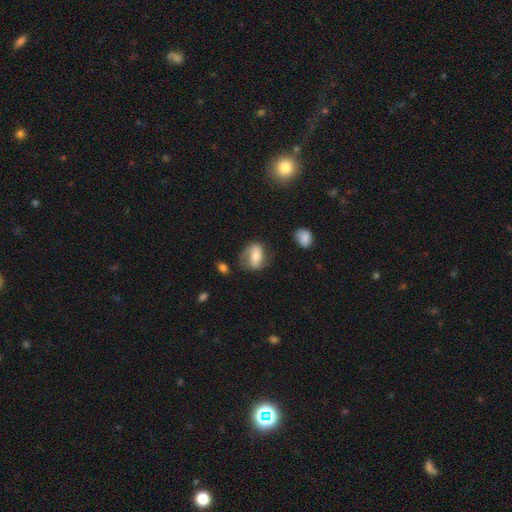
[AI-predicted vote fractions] Morphology: type=smooth (49%); merging=none (56%).